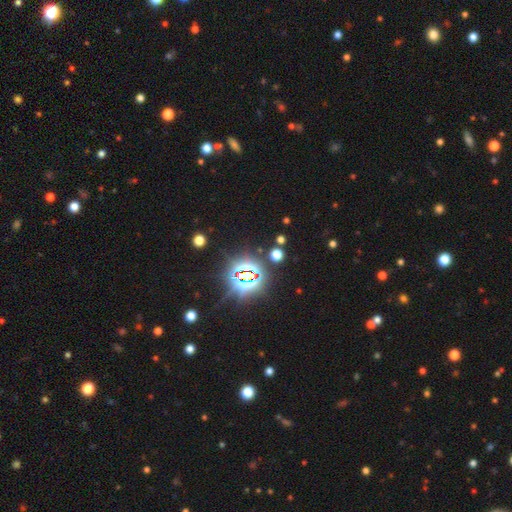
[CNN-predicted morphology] Smooth or featured: star or artifact — 83% (smooth — 11%)